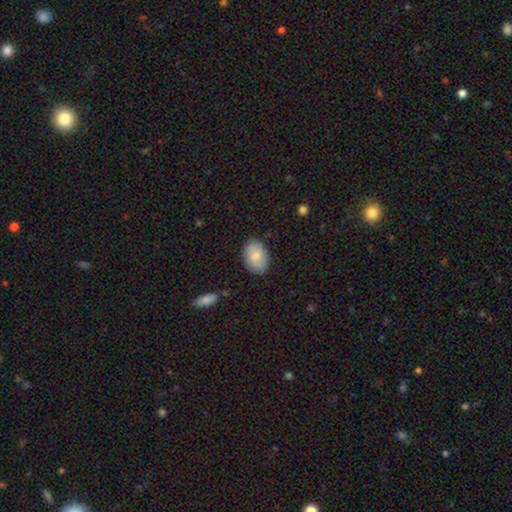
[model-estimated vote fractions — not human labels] Smooth or featured? Predicted: smooth (p=0.80). How rounded? Predicted: in between (p=0.86). Merging? Predicted: none (p=0.83).